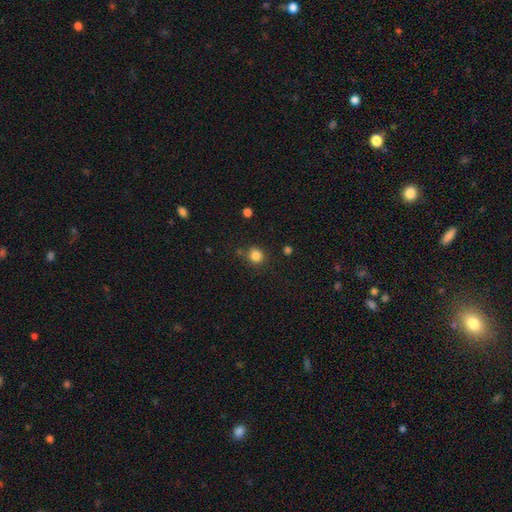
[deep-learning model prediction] This appears to be a smooth galaxy with no disk features (83%) that is round (88%). Merging: none (80%).